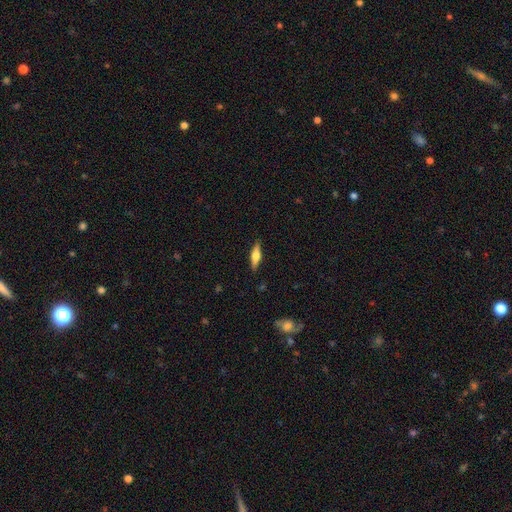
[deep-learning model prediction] Smooth or featured: smooth — 47% (featured or disk — 46%)
Merging: none — 88% (minor disturbance — 9%)